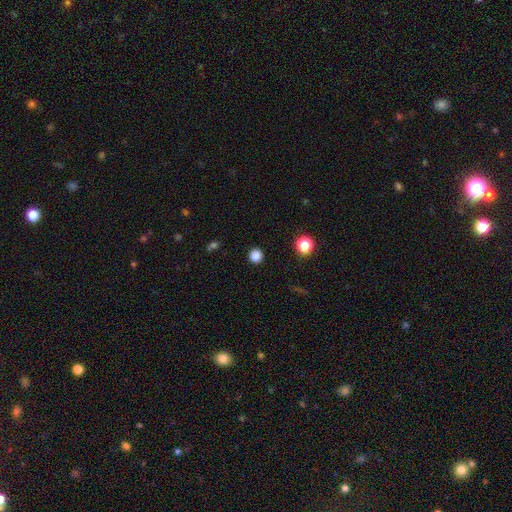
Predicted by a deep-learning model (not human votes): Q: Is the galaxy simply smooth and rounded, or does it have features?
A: smooth — 84%.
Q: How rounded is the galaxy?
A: round — 93%.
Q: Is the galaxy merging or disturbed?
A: none — 92%.